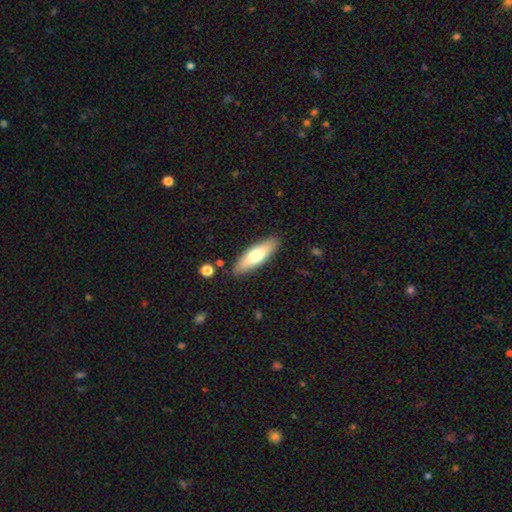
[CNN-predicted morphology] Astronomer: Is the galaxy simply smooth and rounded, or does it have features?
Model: smooth — 68%.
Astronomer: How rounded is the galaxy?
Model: cigar-shaped — 50% (runner-up: in between, 48%).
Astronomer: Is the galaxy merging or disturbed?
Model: none — 87%.